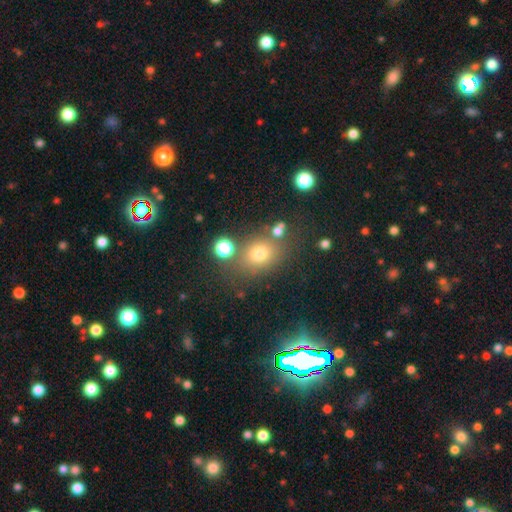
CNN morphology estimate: Smooth or featured? Predicted: smooth (p=0.65). How rounded? Predicted: round (p=0.58). Merging? Predicted: none (p=0.74).